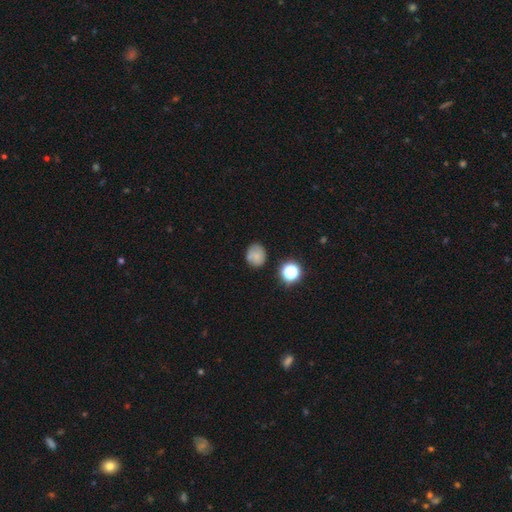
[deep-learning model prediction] Overall: smooth (72%). How rounded: round (72%). Merging: none (71%).